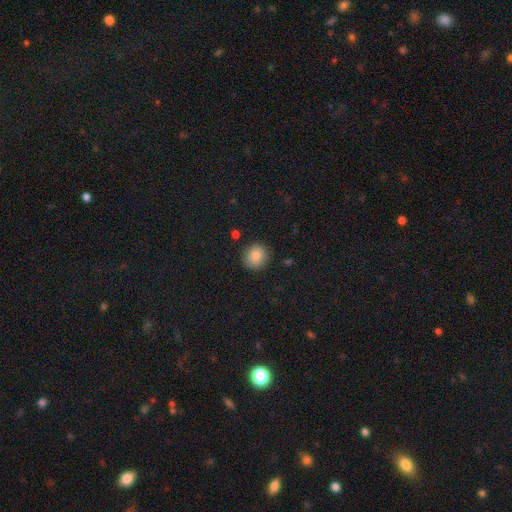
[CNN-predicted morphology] The model was most divided on "how rounded": round: 86%, in between: 13%, cigar-shaped: 1%. More confident: merging — none (87%); smooth or featured — smooth (83%).